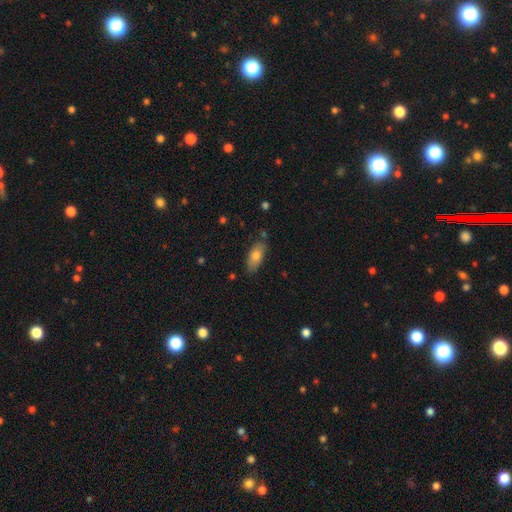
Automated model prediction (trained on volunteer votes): smooth-or-featured: smooth: 76% | featured or disk: 17% | star or artifact: 7%
  how-rounded: in between: 84% | cigar-shaped: 13% | round: 3%
  merging: none: 78% | minor disturbance: 16% | major disturbance: 3% | merger: 3%